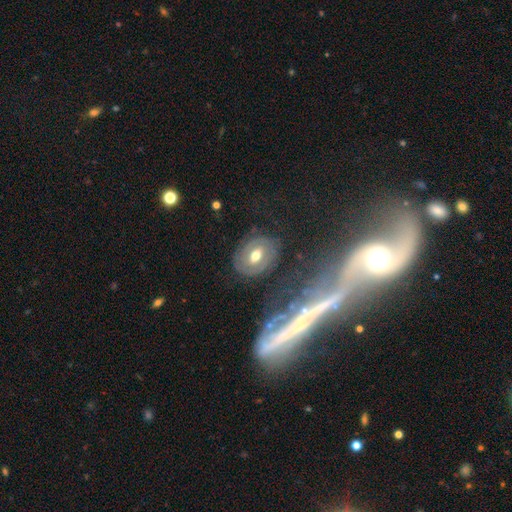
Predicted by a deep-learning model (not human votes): Morphology: type=featured or disk (60%); edge-on=no (94%); bar=no (42%); spiral arms=yes (59%); bulge=moderate (75%); merging=none (77%).